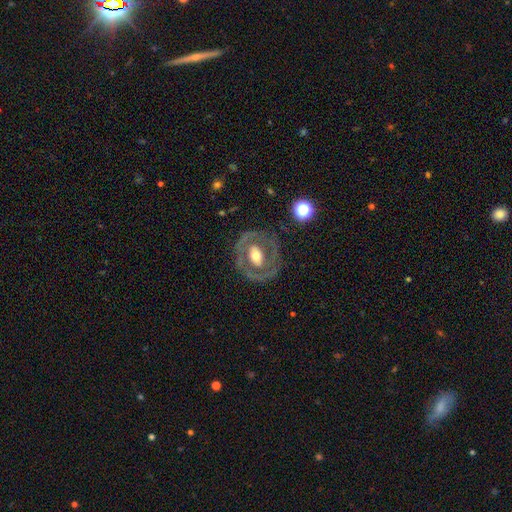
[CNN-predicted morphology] This appears to be a featured or disk galaxy (70%) with no bar (50%), no spiral arms (61%) and a moderate central bulge (64%). Merging: none (74%).